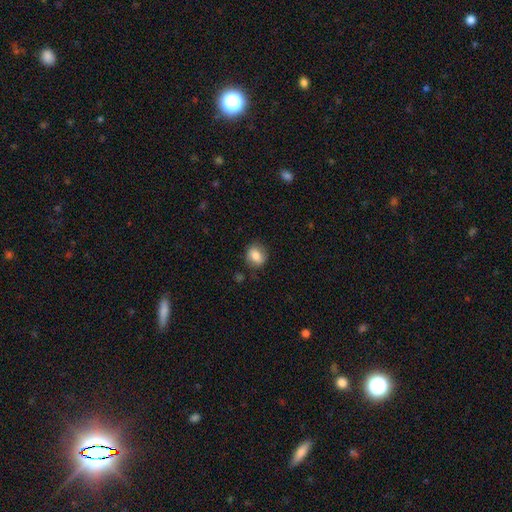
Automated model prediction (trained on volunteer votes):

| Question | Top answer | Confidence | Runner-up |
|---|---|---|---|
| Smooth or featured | smooth | 76% | featured or disk (16%) |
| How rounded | in between | 51% | round (48%) |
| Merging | none | 74% | minor disturbance (18%) |